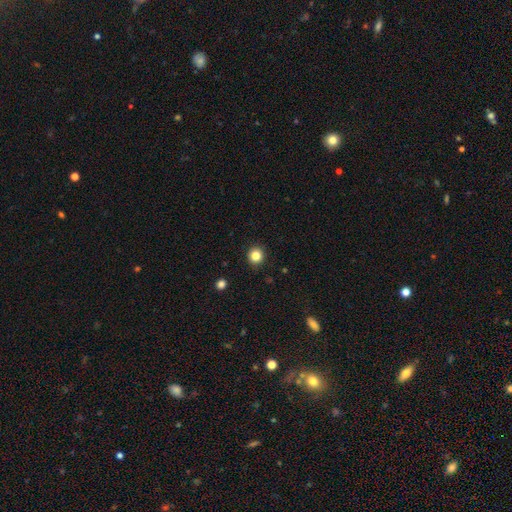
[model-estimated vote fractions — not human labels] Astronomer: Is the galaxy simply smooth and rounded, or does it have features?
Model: smooth — 84%.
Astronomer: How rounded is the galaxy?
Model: round — 91%.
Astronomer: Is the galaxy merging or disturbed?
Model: none — 92%.